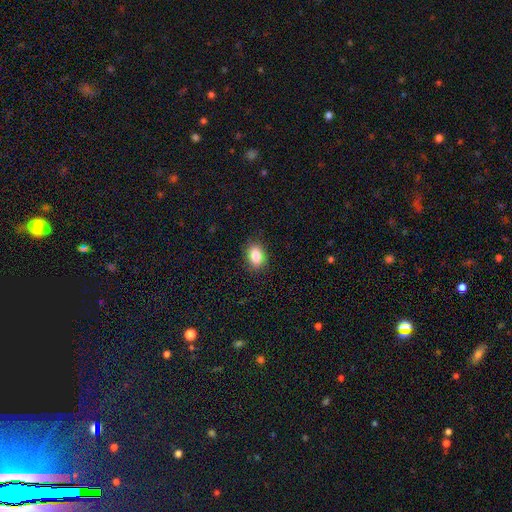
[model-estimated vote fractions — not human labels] Overall: smooth (85%). How rounded: in between (78%). Merging: none (87%).